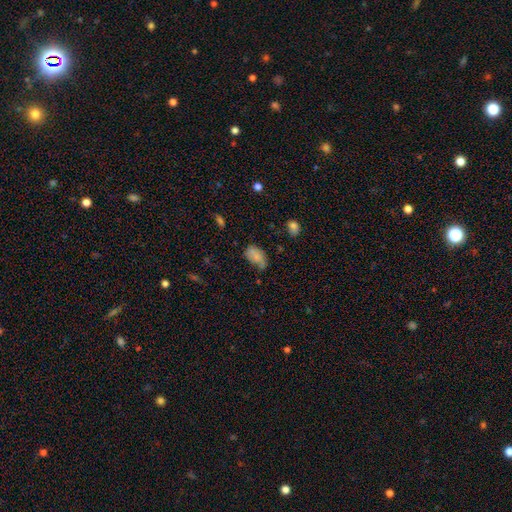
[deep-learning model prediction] A smooth galaxy with no disk features (73%) that is in between round and cigar-shaped (91%). Merging: none (39%).